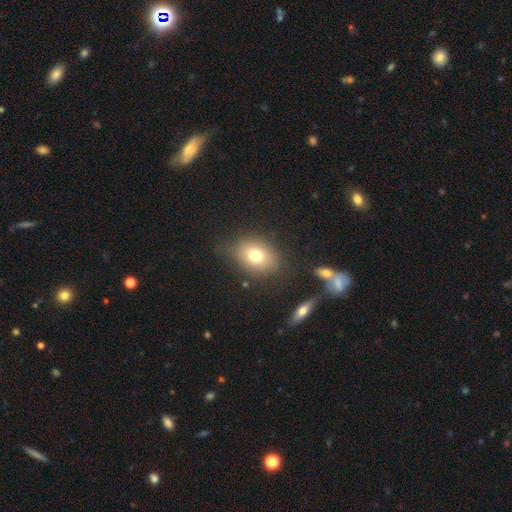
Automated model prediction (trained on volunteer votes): A smooth galaxy with no disk features (75%) that is in between round and cigar-shaped (64%). Merging: none (77%).